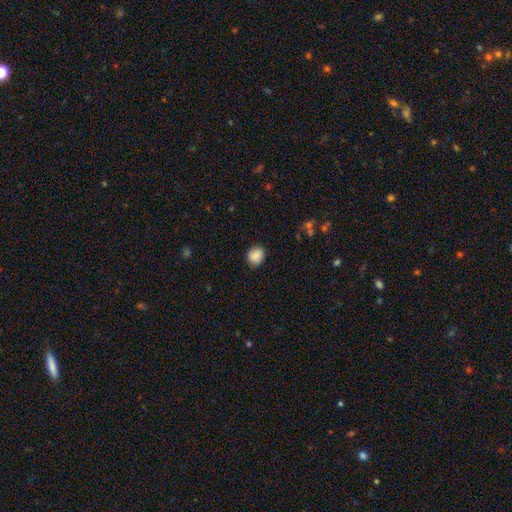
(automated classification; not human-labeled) A smooth galaxy with no disk features (88%) that is round (68%). Merging: none (85%).